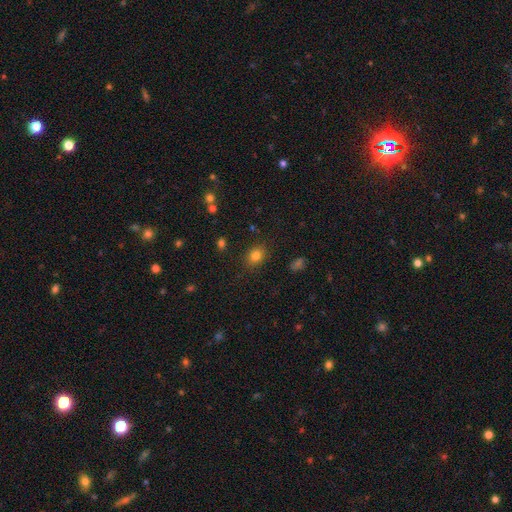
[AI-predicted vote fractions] smooth-or-featured: smooth: 80% | star or artifact: 12% | featured or disk: 7%
  how-rounded: in between: 56% | round: 43% | cigar-shaped: 1%
  merging: none: 85% | minor disturbance: 10% | major disturbance: 3% | merger: 2%